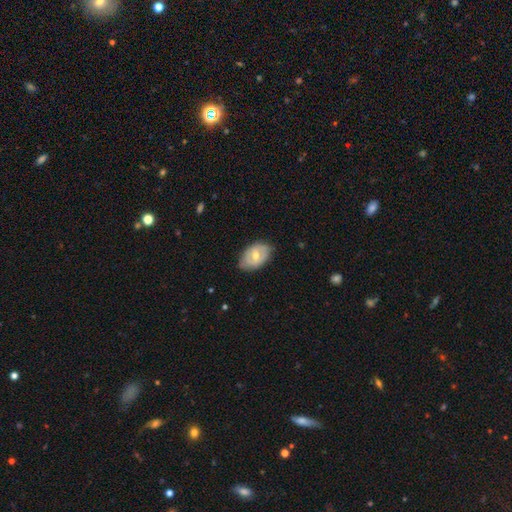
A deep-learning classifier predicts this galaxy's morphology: Smooth or featured? Predicted: featured or disk (p=0.47, tied with smooth). Merging? Predicted: none (p=0.74).